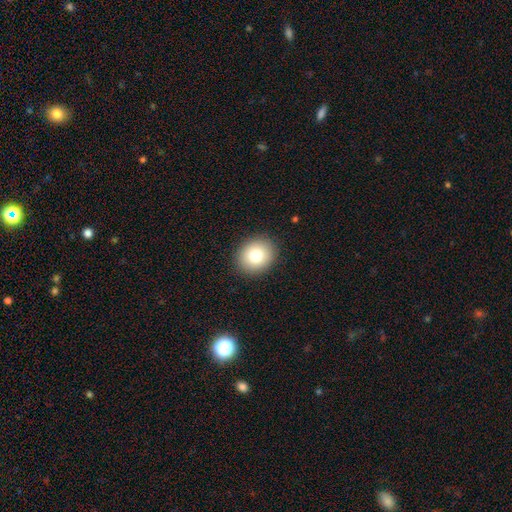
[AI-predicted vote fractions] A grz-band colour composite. It shows a smooth galaxy with no disk features (79%) that is round (70%). Merging: none (91%).